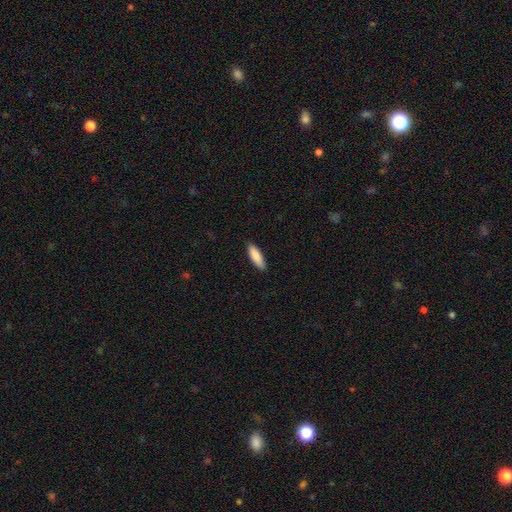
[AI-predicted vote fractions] smooth-or-featured: smooth: 88% | featured or disk: 7% | star or artifact: 5%
  how-rounded: in between: 52% | cigar-shaped: 47% | round: 2%
  merging: none: 88% | minor disturbance: 9% | major disturbance: 2% | merger: 1%